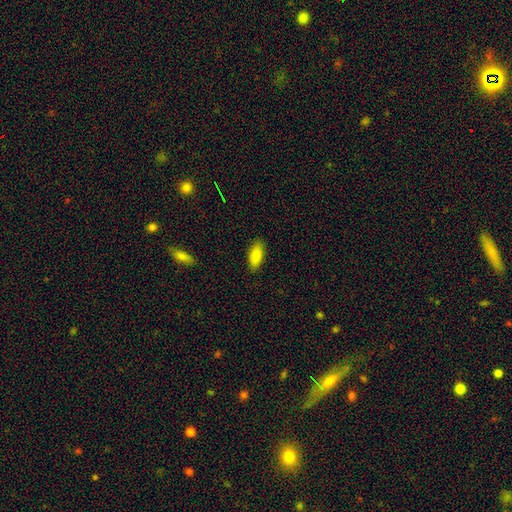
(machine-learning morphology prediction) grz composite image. It shows a smooth galaxy with no disk features (83%) that is in between round and cigar-shaped (82%). Merging: none (88%).